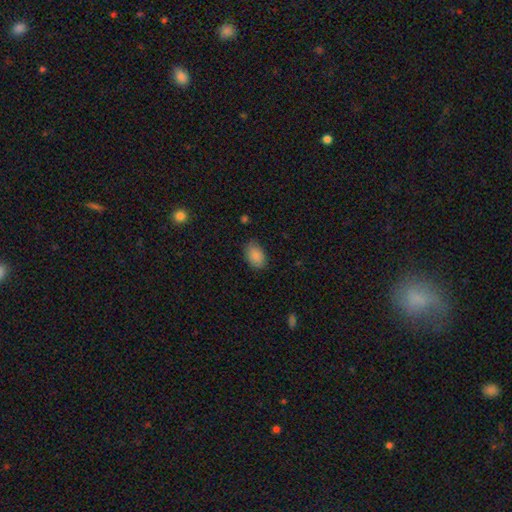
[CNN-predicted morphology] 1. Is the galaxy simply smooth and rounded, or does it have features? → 88% smooth, 8% star or artifact, 5% featured or disk.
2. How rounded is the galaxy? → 87% in between, 12% round, 1% cigar-shaped.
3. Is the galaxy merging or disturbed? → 81% none, 15% minor disturbance, 3% major disturbance, 1% merger.